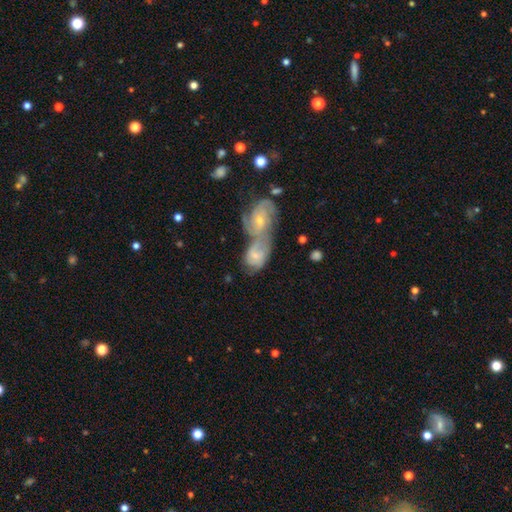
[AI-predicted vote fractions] The model was most divided on "smooth or featured": featured or disk: 61%, smooth: 32%, star or artifact: 7%. More confident: edge-on disk — no (96%); spiral arms — yes (86%); merging — merger (78%); bar — no (62%); bulge size — small (60%).